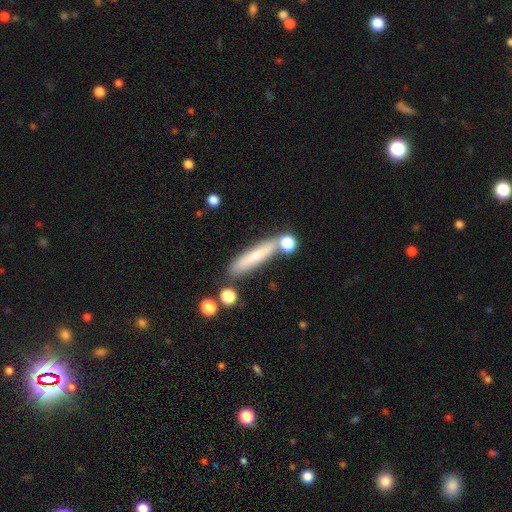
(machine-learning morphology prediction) Overall: smooth (64%; featured or disk 28%). How rounded: cigar-shaped (86%). Merging: none (72%).